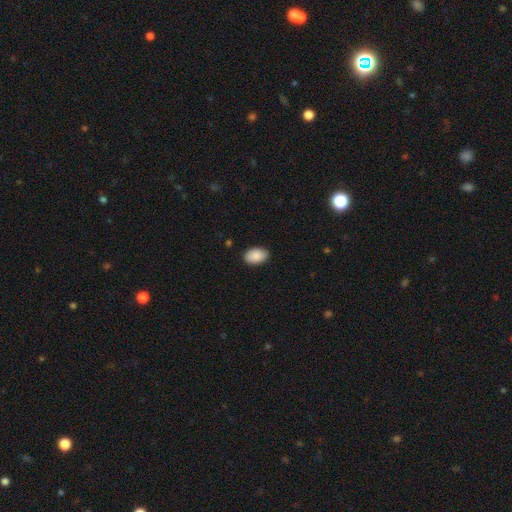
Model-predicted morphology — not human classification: smooth 89%, star or artifact 6%, featured or disk 5%. Down the decision tree: how rounded — in between (90%); merging — none (87%).